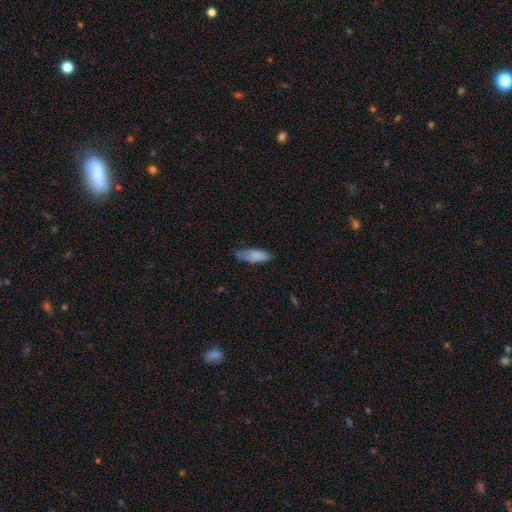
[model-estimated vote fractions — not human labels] smooth-or-featured: smooth: 81% | featured or disk: 12% | star or artifact: 7%
  how-rounded: in between: 67% | cigar-shaped: 31% | round: 2%
  merging: none: 58% | minor disturbance: 32% | major disturbance: 8% | merger: 2%